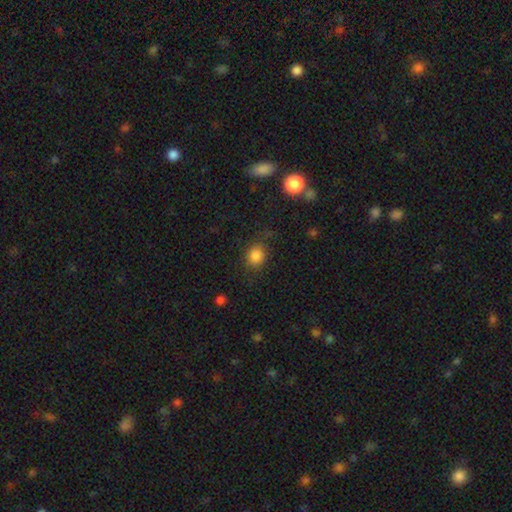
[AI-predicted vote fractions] smooth 83%, star or artifact 11%, featured or disk 6%. Down the decision tree: how rounded — round (71%); merging — none (74%).